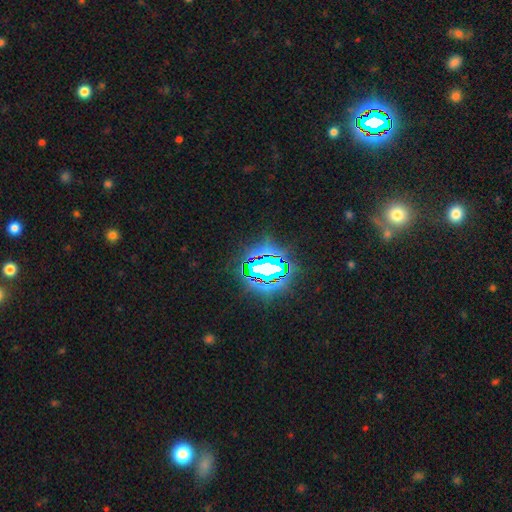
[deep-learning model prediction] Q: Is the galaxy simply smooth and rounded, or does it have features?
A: star or artifact — 83%.